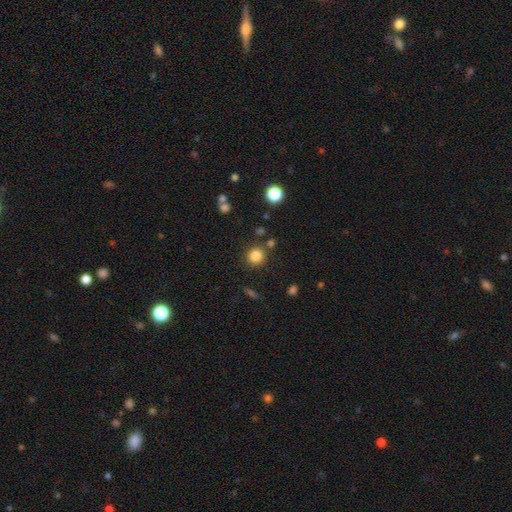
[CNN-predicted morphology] The model was most divided on "smooth or featured": smooth: 83%, star or artifact: 12%, featured or disk: 5%. More confident: how rounded — round (90%); merging — none (83%).